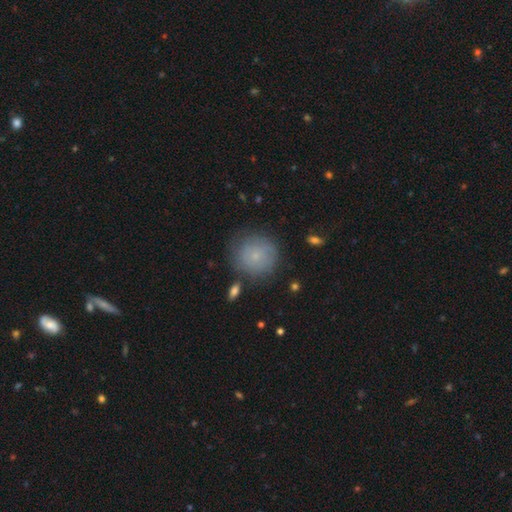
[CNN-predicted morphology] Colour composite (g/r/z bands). It shows a smooth galaxy with no disk features (72%) that is round (92%). Merging: none (73%).